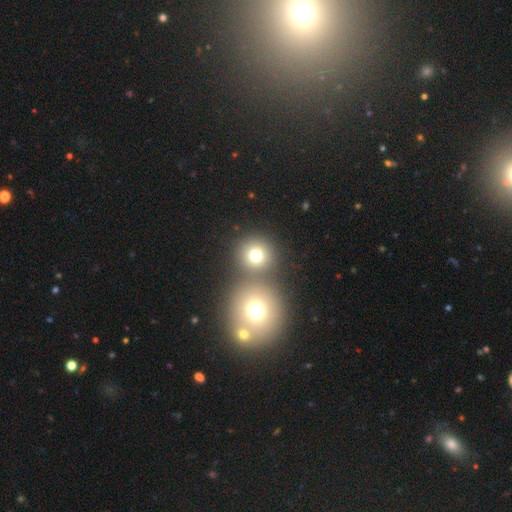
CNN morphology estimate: Smooth or featured: smooth — 73% (star or artifact — 16%)
How rounded: round — 91% (in between — 8%)
Merging: none — 59% (merger — 31%)